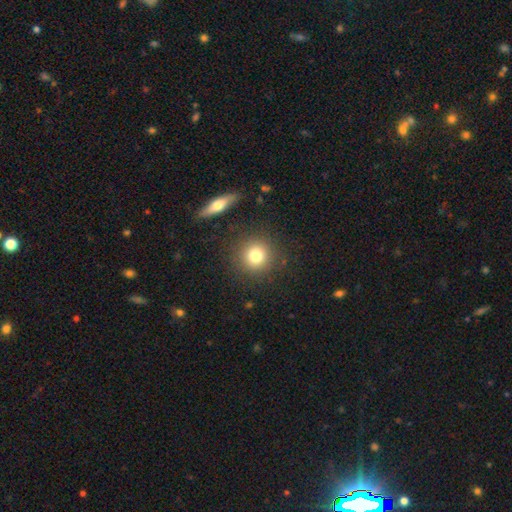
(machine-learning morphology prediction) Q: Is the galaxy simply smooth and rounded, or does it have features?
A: smooth — 78%.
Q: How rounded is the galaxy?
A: round — 92%.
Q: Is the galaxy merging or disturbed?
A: none — 87%.